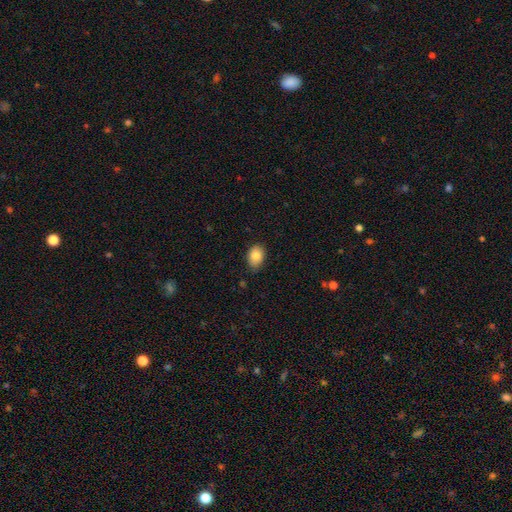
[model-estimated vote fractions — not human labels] This is clearly a smooth galaxy (85%). How rounded: clearly in between (80%). Merging: clearly none (81%).